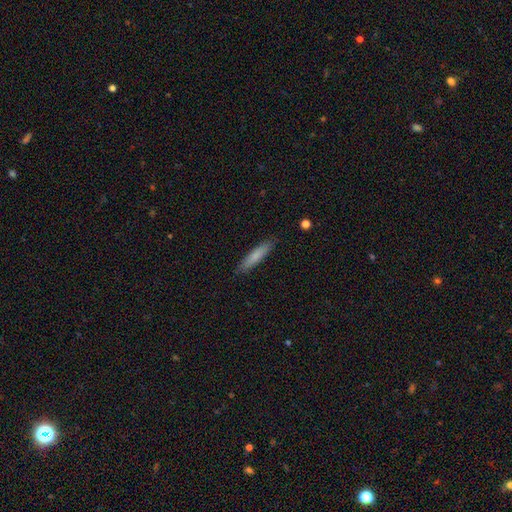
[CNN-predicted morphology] Smooth or featured?
  - smooth: 78% *
  - featured or disk: 16%
  - star or artifact: 6%
How rounded?
  - cigar-shaped: 85% *
  - in between: 13%
  - round: 1%
Merging?
  - none: 88% *
  - minor disturbance: 9%
  - major disturbance: 2%
  - merger: 1%